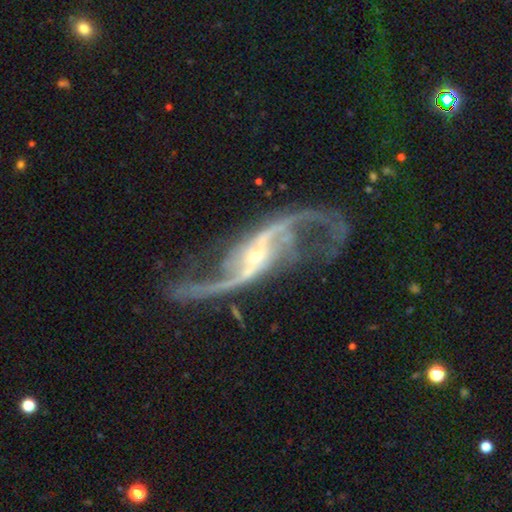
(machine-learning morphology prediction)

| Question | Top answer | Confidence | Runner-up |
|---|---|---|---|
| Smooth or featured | featured or disk | 93% | star or artifact (5%) |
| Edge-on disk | no | 96% | yes (4%) |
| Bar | strong | 39% | no (31%) |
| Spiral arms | yes | 97% | no (3%) |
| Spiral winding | loose | 81% | medium (15%) |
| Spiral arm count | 2 | 94% | can't tell (1%) |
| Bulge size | small | 78% | moderate (18%) |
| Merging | none | 65% | major disturbance (16%) |